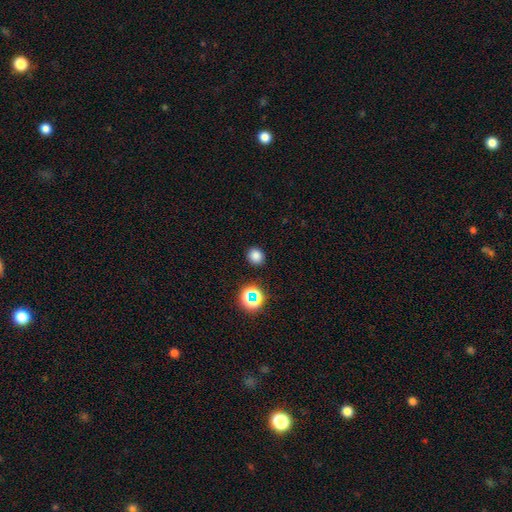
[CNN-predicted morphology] type=smooth (78%); roundness=round (75%); merging=none (88%).